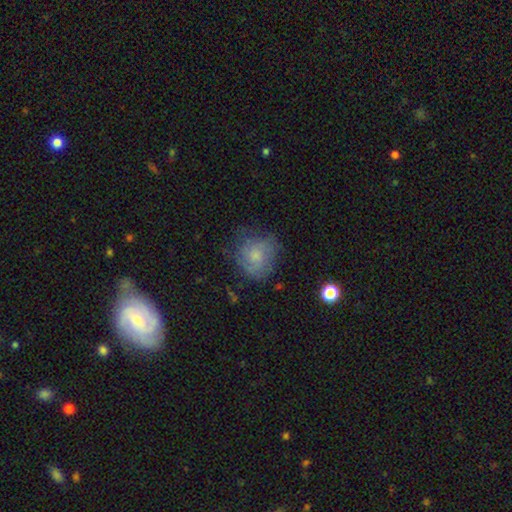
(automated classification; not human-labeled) smooth-or-featured: smooth: 59% | featured or disk: 31% | star or artifact: 10%
  how-rounded: round: 76% | in between: 23% | cigar-shaped: 1%
  merging: none: 59% | minor disturbance: 26% | major disturbance: 13% | merger: 2%